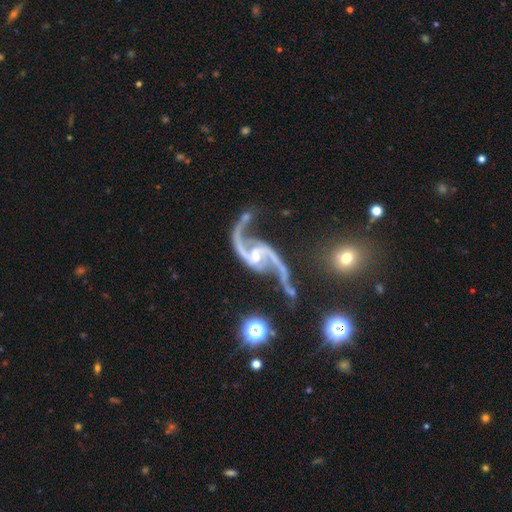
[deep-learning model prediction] This is clearly a featured or disk galaxy (93%). It is clearly not viewed edge-on (97%). Bar: marginally no (44%). Spiral arm pattern: clearly yes (98%). Spiral arm count: clearly 2 (94%). Spiral winding: likely loose (76%). Central bulge: possibly small (54%). Merging: possibly none (57%).